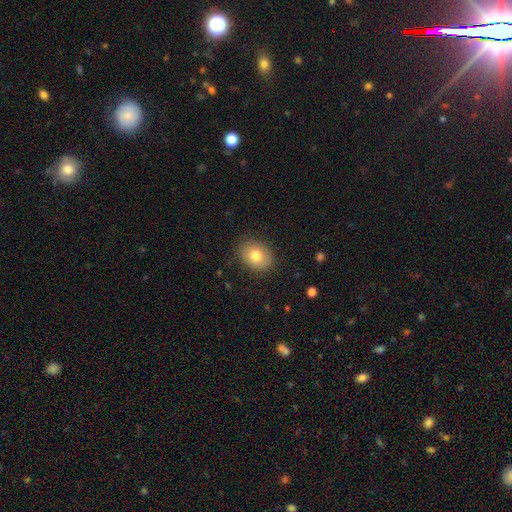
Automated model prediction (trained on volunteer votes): A smooth galaxy with no disk features (78%) that is in between round and cigar-shaped (55%). Merging: none (85%).